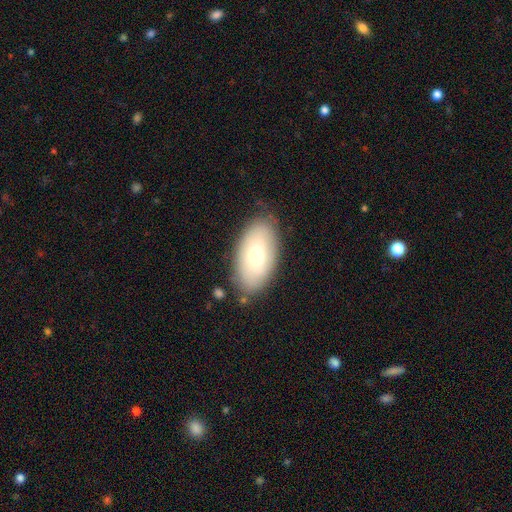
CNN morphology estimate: This is likely a smooth galaxy (67%). How rounded: clearly in between (94%). Merging: likely none (79%).